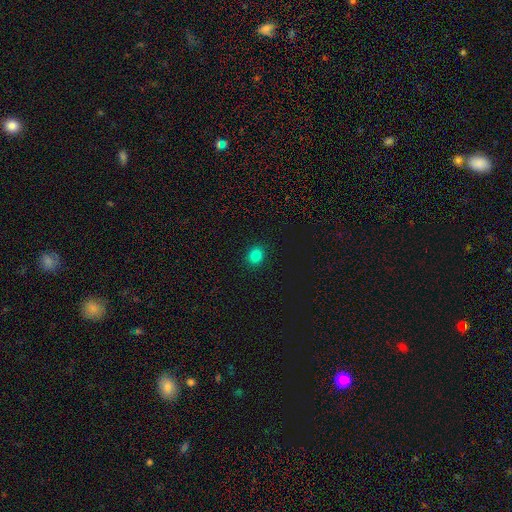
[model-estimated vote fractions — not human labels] This is clearly a smooth galaxy (82%). How rounded: likely round (71%). Merging: clearly none (91%).